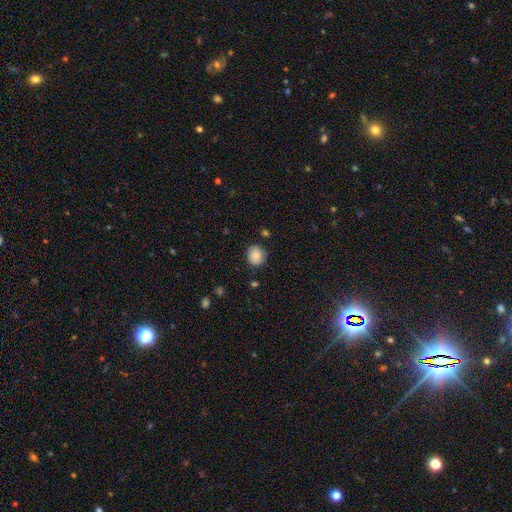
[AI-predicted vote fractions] This is clearly a smooth galaxy (85%). How rounded: clearly round (83%). Merging: clearly none (83%).